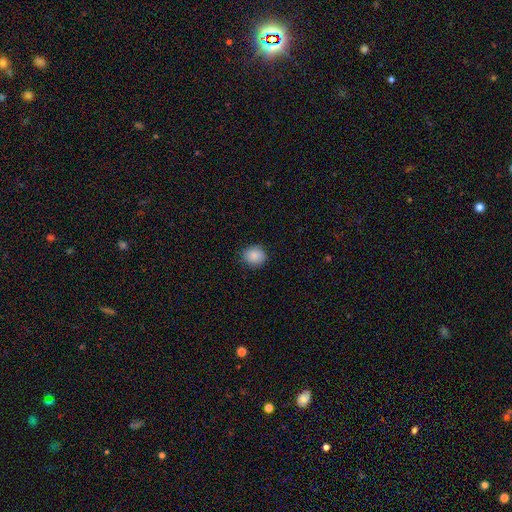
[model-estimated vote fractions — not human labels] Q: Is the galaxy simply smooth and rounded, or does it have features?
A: smooth — 88%.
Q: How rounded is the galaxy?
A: round — 80%.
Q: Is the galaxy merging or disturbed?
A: none — 87%.